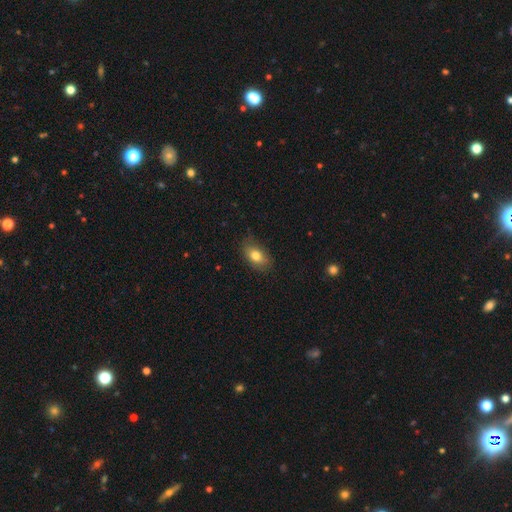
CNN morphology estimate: A smooth galaxy with no disk features (78%) that is in between round and cigar-shaped (86%).

Vote fractions:
- Smooth or featured? smooth: 78% / featured or disk: 14% / star or artifact: 8%
- How rounded? in between: 86% / round: 11% / cigar-shaped: 2%
- Merging? none: 76% / minor disturbance: 19% / major disturbance: 4% / merger: 1%